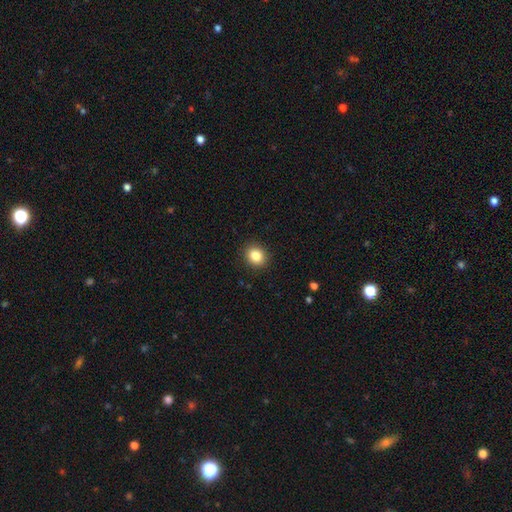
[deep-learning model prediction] Smooth or featured? Predicted: smooth (p=0.85). How rounded? Predicted: round (p=0.70). Merging? Predicted: none (p=0.90).